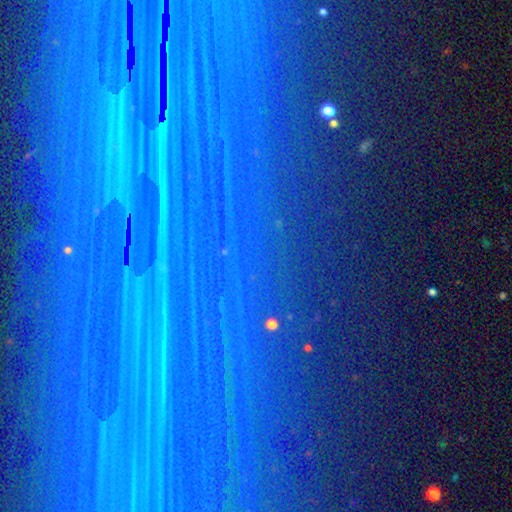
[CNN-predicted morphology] Overall: star or artifact (83%).